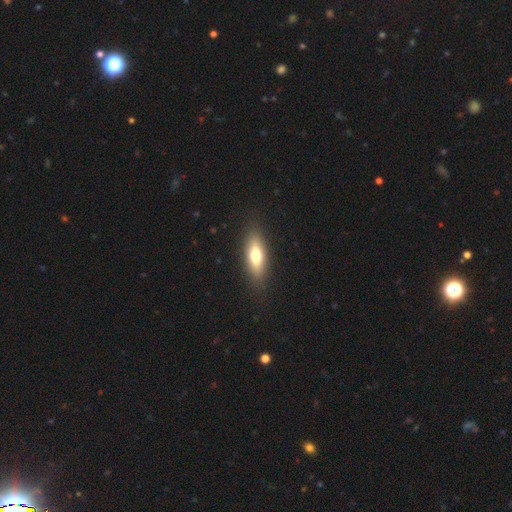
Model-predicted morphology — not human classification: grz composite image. It shows a smooth galaxy with no disk features (69%) that is in between round and cigar-shaped (62%). Merging: none (87%).